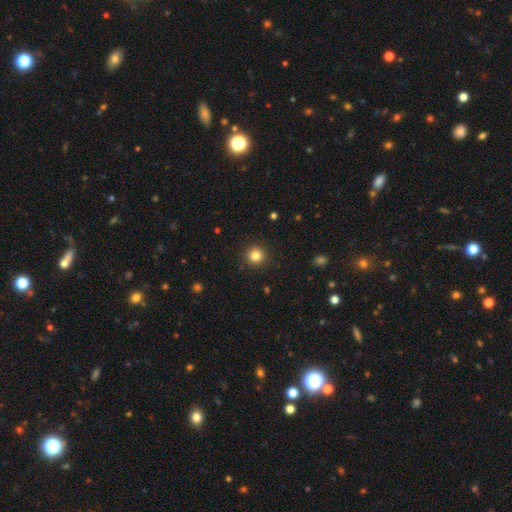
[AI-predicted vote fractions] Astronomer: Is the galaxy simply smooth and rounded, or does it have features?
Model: smooth — 83%.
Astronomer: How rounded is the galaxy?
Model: round — 95%.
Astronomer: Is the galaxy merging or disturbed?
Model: none — 92%.